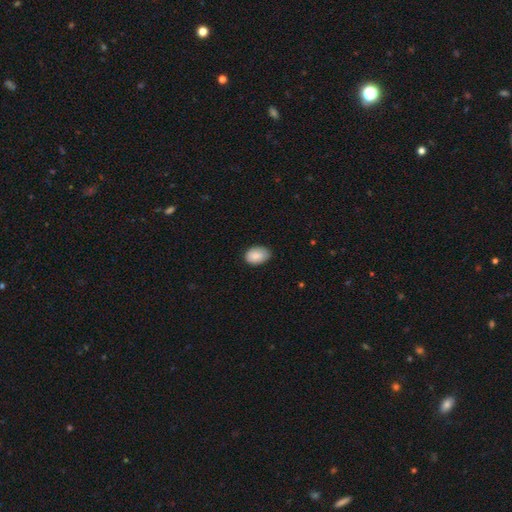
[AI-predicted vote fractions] Overall: smooth (85%). How rounded: in between (87%). Merging: none (79%).